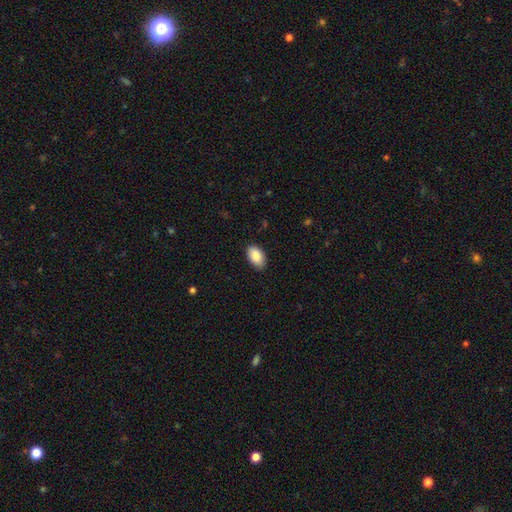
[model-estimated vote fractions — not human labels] Smooth or featured? Predicted: smooth (p=0.88). How rounded? Predicted: in between (p=0.94). Merging? Predicted: none (p=0.87).